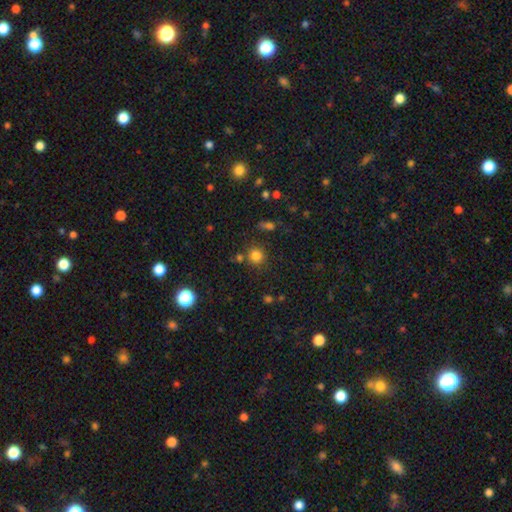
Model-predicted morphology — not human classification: smooth 80%, star or artifact 15%, featured or disk 6%. Down the decision tree: how rounded — round (90%); merging — none (77%).